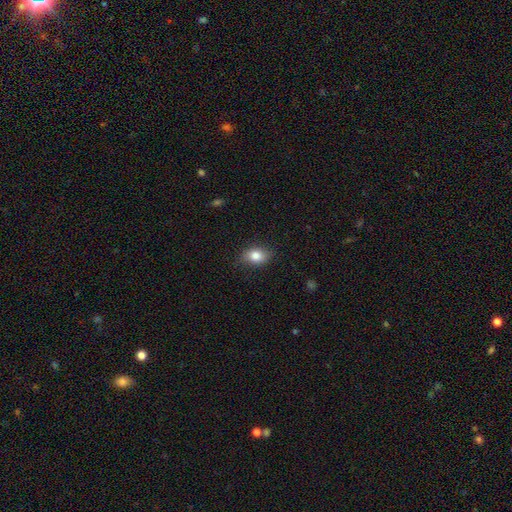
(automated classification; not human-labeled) A smooth galaxy with no disk features (82%) that is in between round and cigar-shaped (77%). Merging: none (84%).